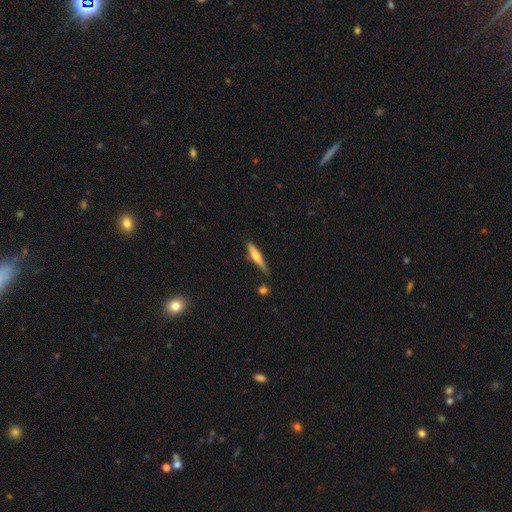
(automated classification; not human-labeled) The model was most divided on "smooth or featured": featured or disk: 48%, smooth: 46%, star or artifact: 6%. More confident: merging — none (80%).